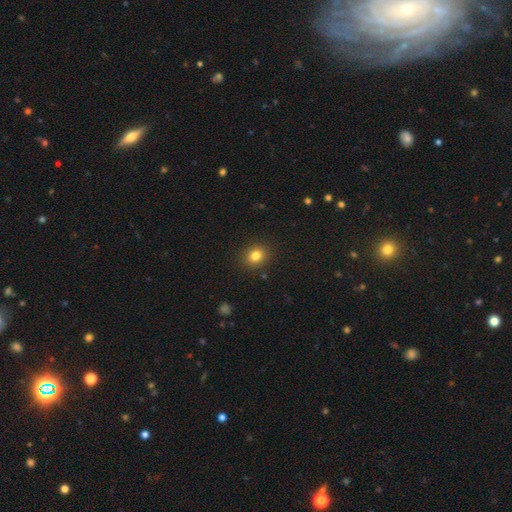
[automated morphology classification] This is clearly a smooth galaxy (82%). How rounded: likely round (70%). Merging: clearly none (90%).